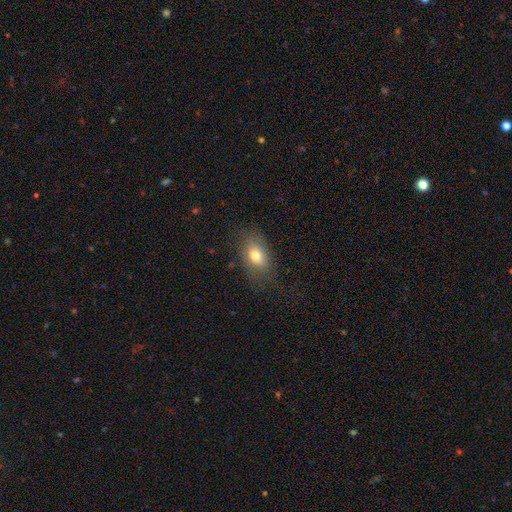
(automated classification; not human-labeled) smooth 74%, featured or disk 16%, star or artifact 9%. Down the decision tree: how rounded — in between (86%); merging — none (74%).